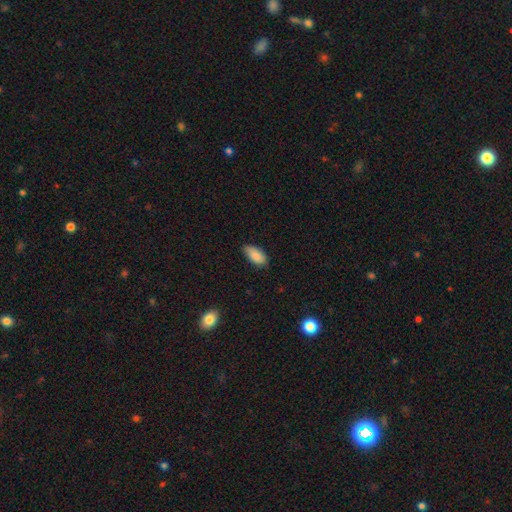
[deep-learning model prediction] Morphology: type=smooth (86%); roundness=in between (91%); merging=none (74%).